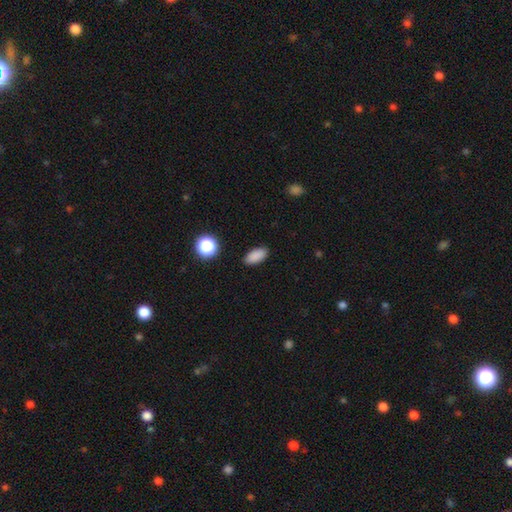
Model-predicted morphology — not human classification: Smooth or featured?
  - smooth: 86% *
  - star or artifact: 10%
  - featured or disk: 4%
How rounded?
  - in between: 88% *
  - cigar-shaped: 7%
  - round: 4%
Merging?
  - none: 89% *
  - minor disturbance: 8%
  - major disturbance: 2%
  - merger: 1%